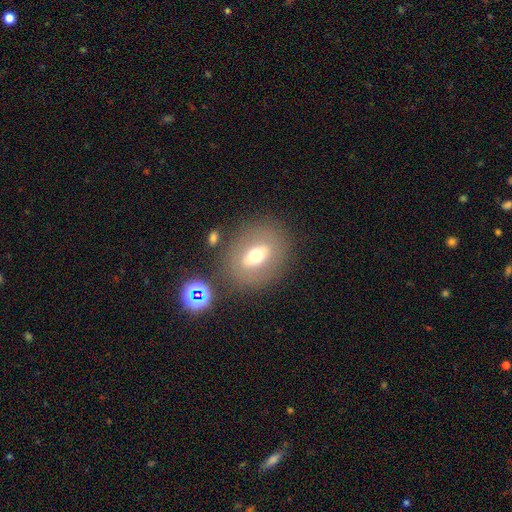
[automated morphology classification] Smooth or featured? smooth (54%)
How rounded? in between (58%)
Merging? none (77%)